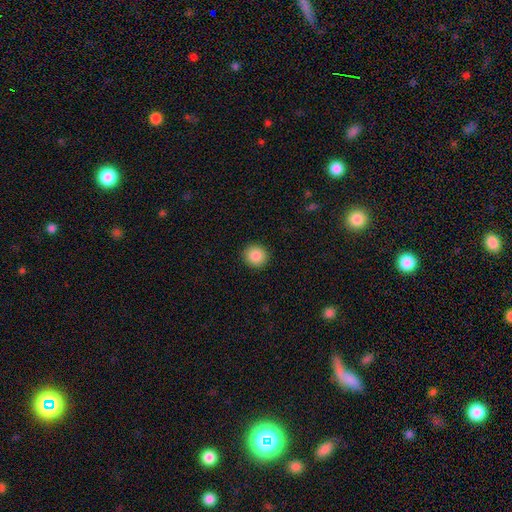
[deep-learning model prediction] A smooth galaxy with no disk features (87%) that is round (91%).

Vote fractions:
- Smooth or featured? smooth: 87% / star or artifact: 9% / featured or disk: 4%
- How rounded? round: 91% / in between: 8% / cigar-shaped: 1%
- Merging? none: 92% / minor disturbance: 5% / major disturbance: 2% / merger: 1%